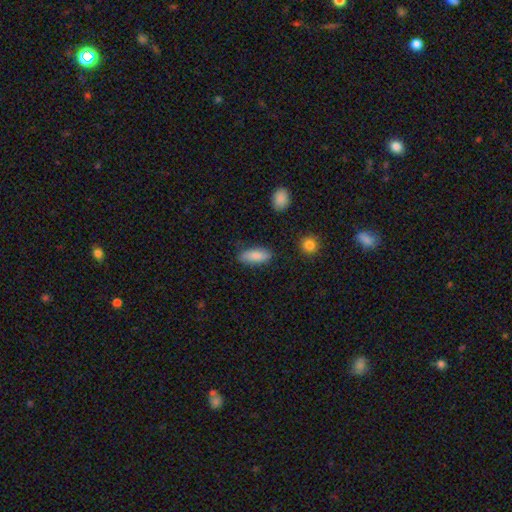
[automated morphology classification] This appears to be a smooth galaxy with no disk features (86%) that is in between round and cigar-shaped (81%). Merging: none (82%).